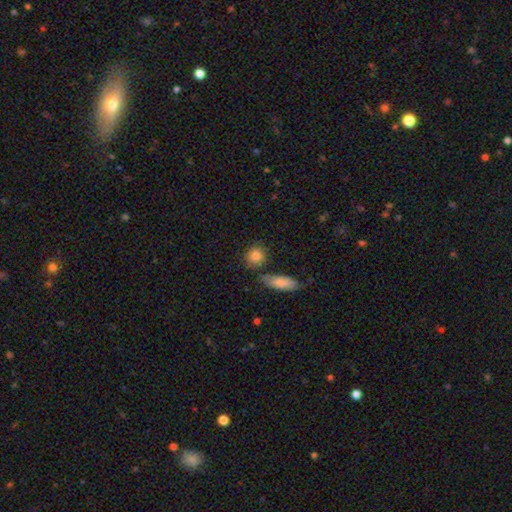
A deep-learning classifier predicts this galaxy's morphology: type=smooth (86%); roundness=round (76%); merging=none (74%).